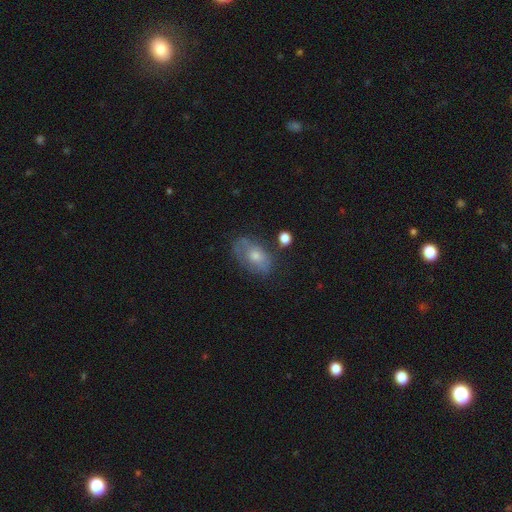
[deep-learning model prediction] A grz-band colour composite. It shows a smooth galaxy with no disk features (47%). Merging: none (60%).